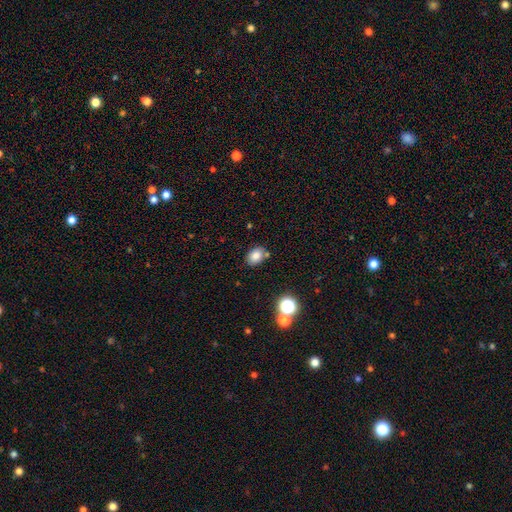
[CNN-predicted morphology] Overall: smooth (80%). How rounded: in between (71%). Merging: none (75%).